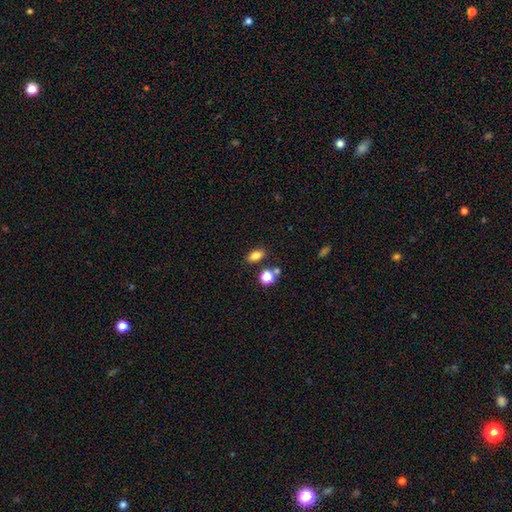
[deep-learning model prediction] smooth 80%, star or artifact 12%, featured or disk 8%. Down the decision tree: how rounded — in between (82%); merging — none (79%).